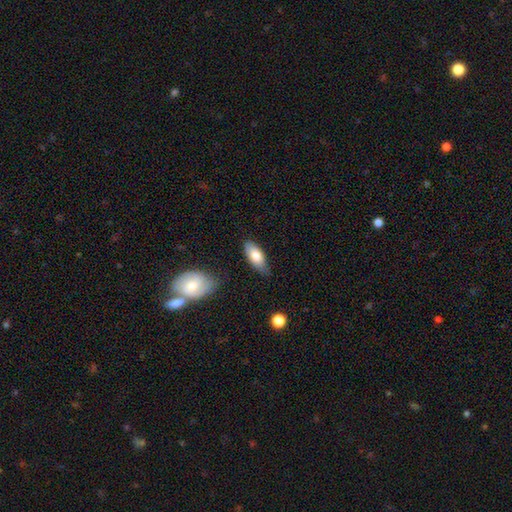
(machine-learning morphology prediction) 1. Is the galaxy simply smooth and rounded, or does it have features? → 77% smooth, 17% featured or disk, 6% star or artifact.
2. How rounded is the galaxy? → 86% in between, 12% cigar-shaped, 2% round.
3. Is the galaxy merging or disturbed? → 70% none, 23% minor disturbance, 4% major disturbance, 3% merger.